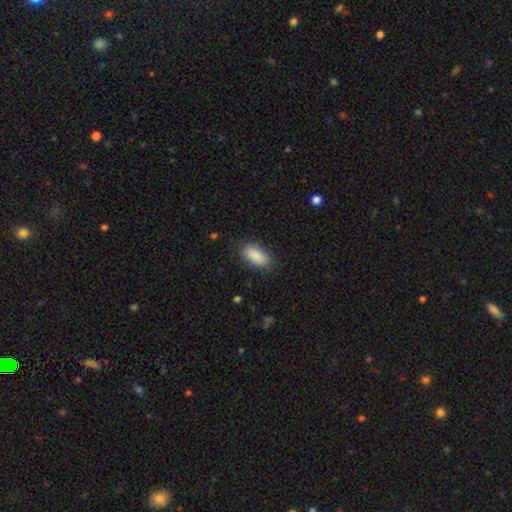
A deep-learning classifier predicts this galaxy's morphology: Smooth or featured? Predicted: smooth (p=0.89). How rounded? Predicted: in between (p=0.89). Merging? Predicted: none (p=0.85).